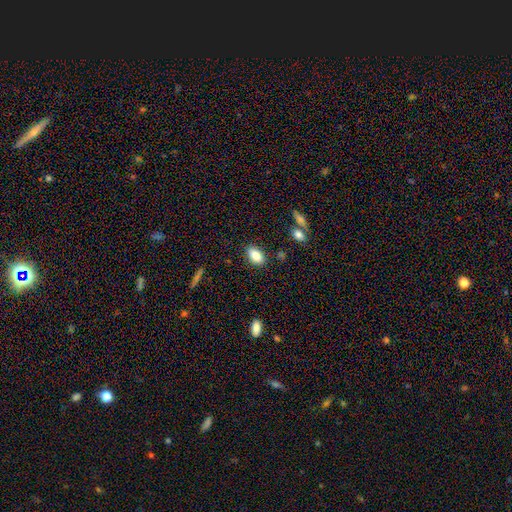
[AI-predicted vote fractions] Smooth or featured?
  - smooth: 85% *
  - star or artifact: 8%
  - featured or disk: 7%
How rounded?
  - in between: 90% *
  - round: 6%
  - cigar-shaped: 4%
Merging?
  - none: 85% *
  - minor disturbance: 10%
  - major disturbance: 3%
  - merger: 2%